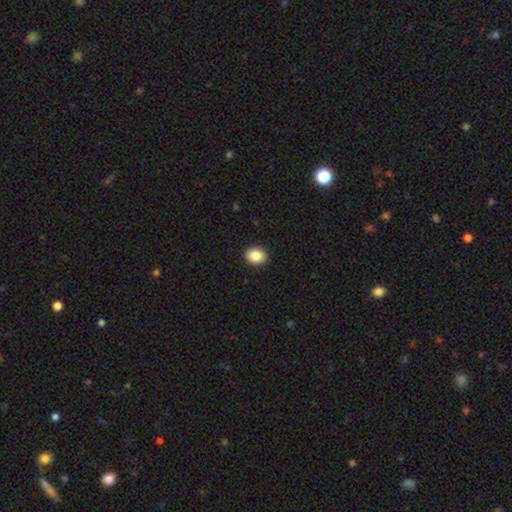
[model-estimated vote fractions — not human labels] smooth-or-featured: smooth: 86% | star or artifact: 8% | featured or disk: 5%
  how-rounded: round: 52% | in between: 47% | cigar-shaped: 1%
  merging: none: 92% | minor disturbance: 6% | major disturbance: 2% | merger: 1%